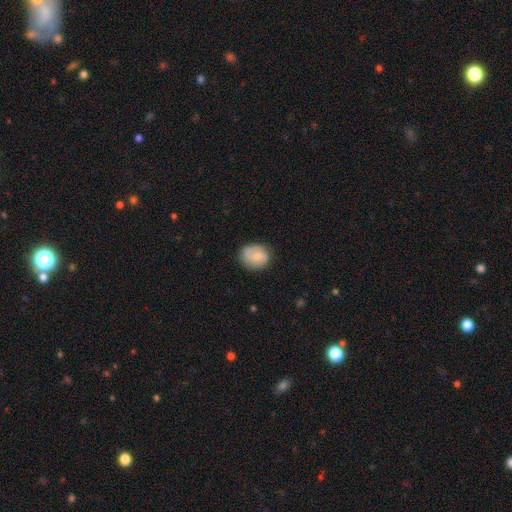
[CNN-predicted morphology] Smooth or featured? Predicted: smooth (p=0.75). How rounded? Predicted: round (p=0.56). Merging? Predicted: none (p=0.75).